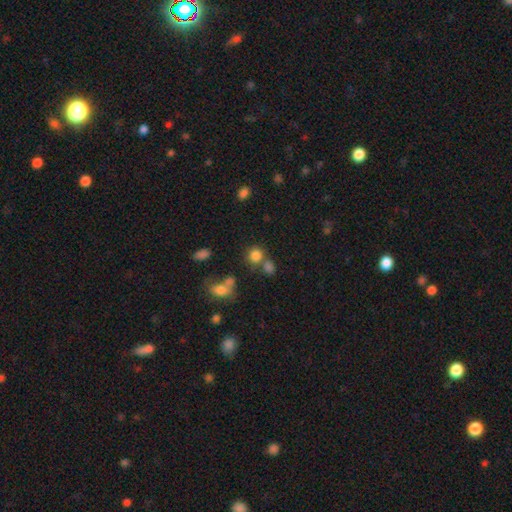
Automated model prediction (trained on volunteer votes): The model was most divided on "merging": none: 56%, merger: 27%, minor disturbance: 11%, major disturbance: 6%. More confident: how rounded — round (82%); smooth or featured — smooth (79%).